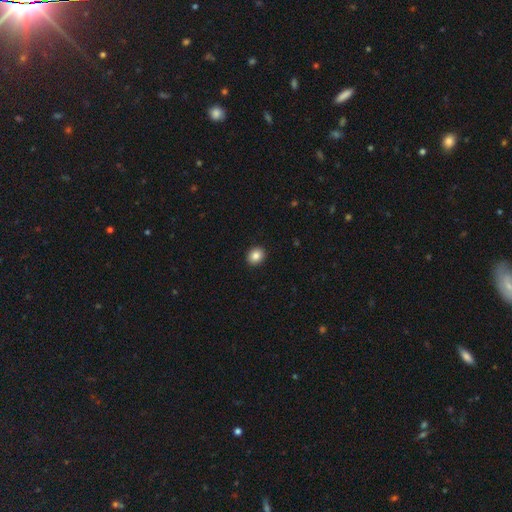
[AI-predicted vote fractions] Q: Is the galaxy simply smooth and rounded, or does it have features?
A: smooth — 86%.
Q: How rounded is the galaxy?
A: round — 65%.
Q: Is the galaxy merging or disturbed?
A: none — 92%.